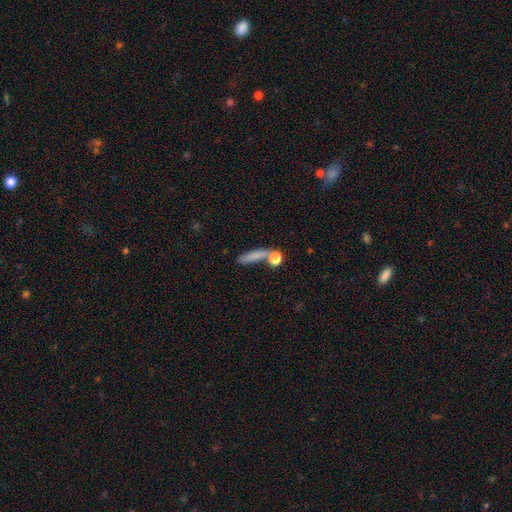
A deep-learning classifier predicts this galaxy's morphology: Smooth or featured: smooth — 73% (featured or disk — 17%)
How rounded: cigar-shaped — 67% (in between — 22%)
Merging: none — 55% (merger — 23%)